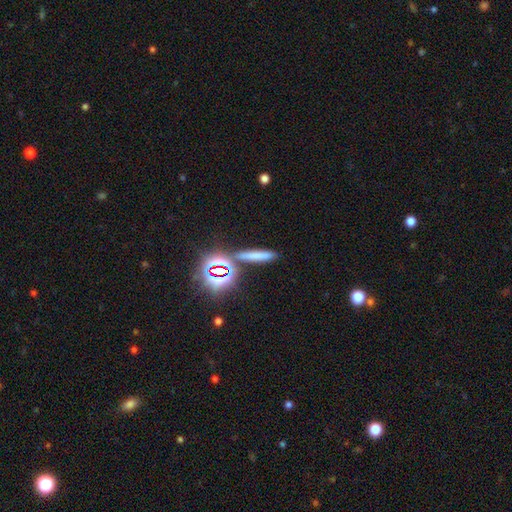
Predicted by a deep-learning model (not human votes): Morphology: type=smooth (62%); roundness=cigar-shaped (80%); merging=none (81%).